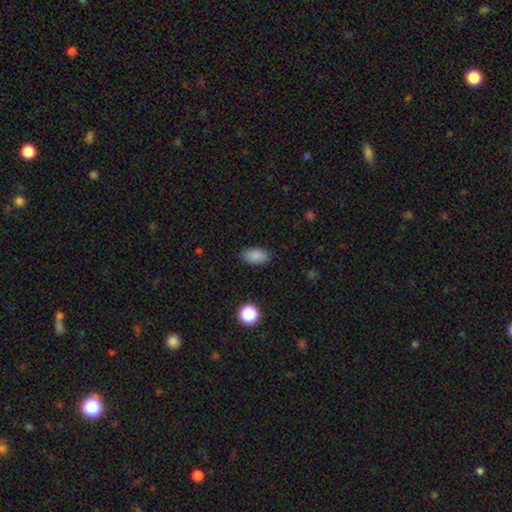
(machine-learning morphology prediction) Smooth or featured? smooth (87%)
How rounded? in between (91%)
Merging? none (87%)